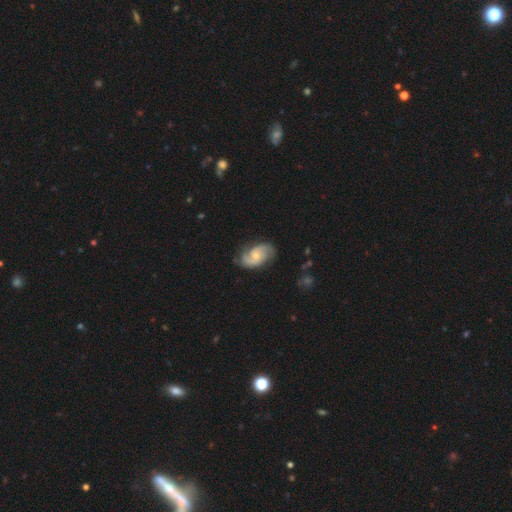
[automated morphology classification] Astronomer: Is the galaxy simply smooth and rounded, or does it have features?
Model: featured or disk — 81%.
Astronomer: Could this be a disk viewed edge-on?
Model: no — 97%.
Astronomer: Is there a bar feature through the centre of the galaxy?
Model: no — 56% (runner-up: weak, 39%).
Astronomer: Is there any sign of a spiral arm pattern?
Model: yes — 96%.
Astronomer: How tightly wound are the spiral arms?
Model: medium — 49% (runner-up: tight, 26%).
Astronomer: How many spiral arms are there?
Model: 2 — 85%.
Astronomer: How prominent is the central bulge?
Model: small — 52% (runner-up: moderate, 40%).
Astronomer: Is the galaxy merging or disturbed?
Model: none — 75%.